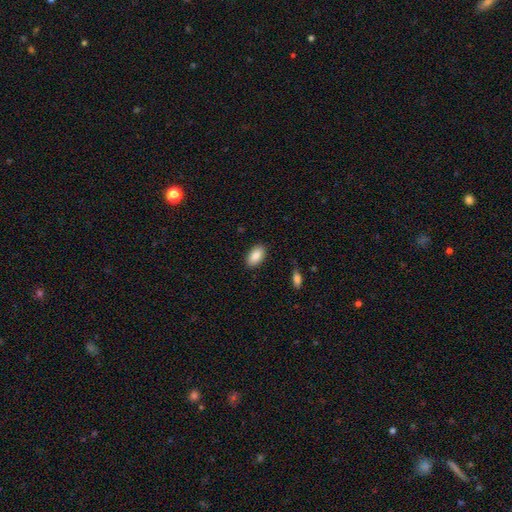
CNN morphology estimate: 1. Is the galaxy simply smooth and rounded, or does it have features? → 87% smooth, 7% star or artifact, 7% featured or disk.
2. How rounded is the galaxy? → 93% in between, 4% round, 3% cigar-shaped.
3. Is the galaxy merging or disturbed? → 87% none, 9% minor disturbance, 2% major disturbance, 1% merger.